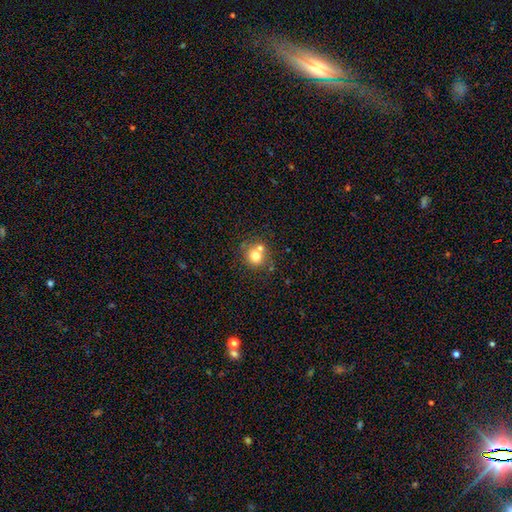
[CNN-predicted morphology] smooth_or_featured: smooth (p=0.72) [alt: featured or disk p=0.15]
how_rounded: round (p=0.84) [alt: in between p=0.15]
merging: none (p=0.55) [alt: merger p=0.33]